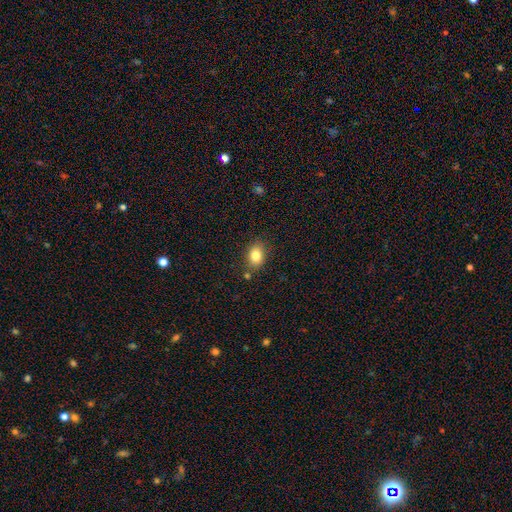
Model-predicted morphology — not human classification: The model was most divided on "how rounded": in between: 71%, round: 28%, cigar-shaped: 1%. More confident: smooth or featured — smooth (83%); merging — none (80%).